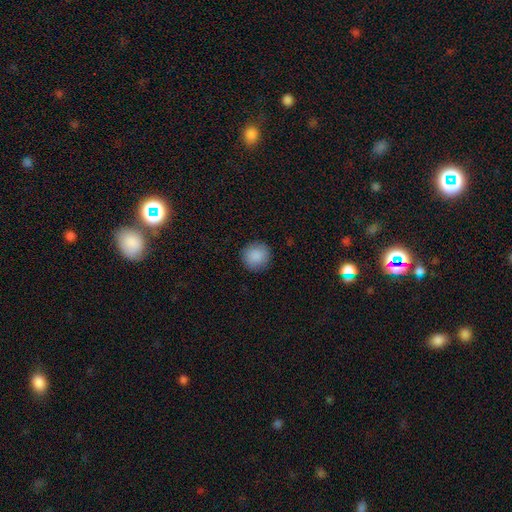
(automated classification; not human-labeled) Smooth or featured? smooth (89%)
How rounded? round (94%)
Merging? none (90%)